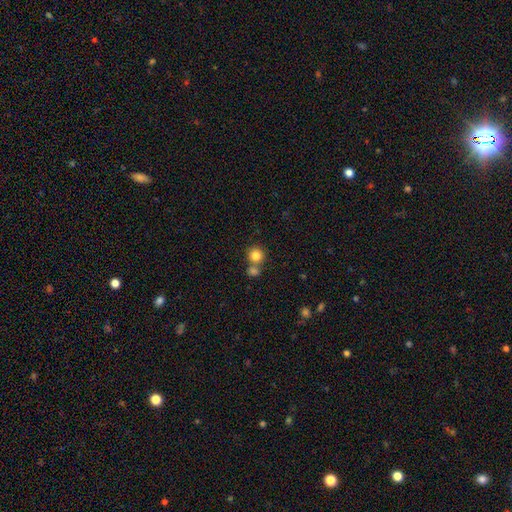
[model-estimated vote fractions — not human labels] Smooth or featured? smooth (83%)
How rounded? round (92%)
Merging? none (60%)